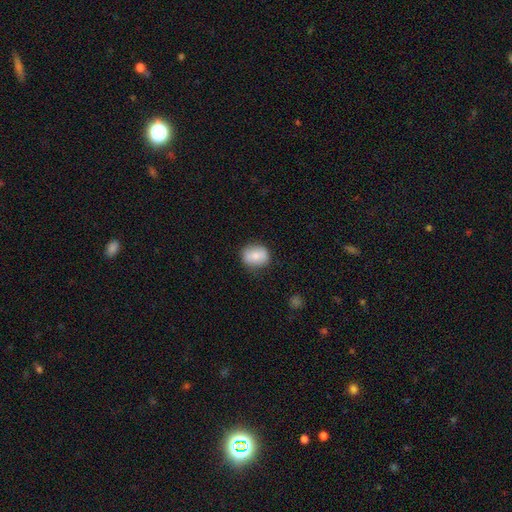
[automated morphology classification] Smooth or featured?
  - smooth: 76% *
  - featured or disk: 16%
  - star or artifact: 8%
How rounded?
  - round: 58% *
  - in between: 41%
  - cigar-shaped: 1%
Merging?
  - none: 82% *
  - minor disturbance: 13%
  - major disturbance: 3%
  - merger: 1%